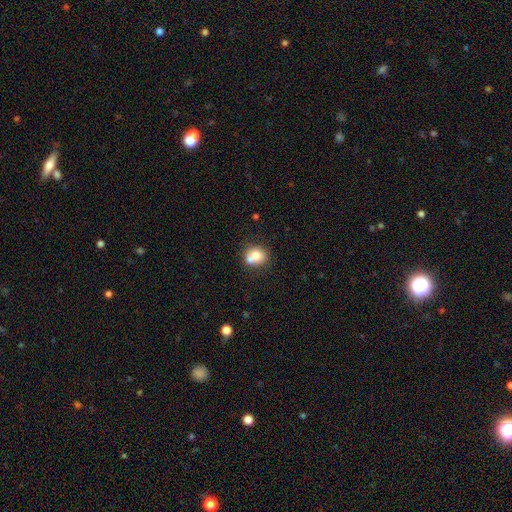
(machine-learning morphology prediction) Overall: smooth (72%). How rounded: round (75%). Merging: none (48%; merger 39%).